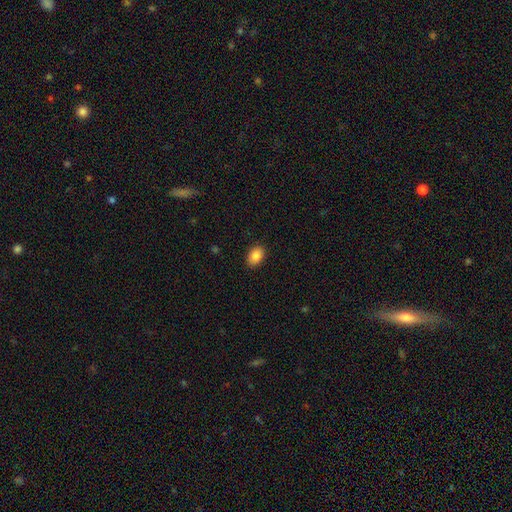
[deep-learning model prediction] This is clearly a smooth galaxy (85%). How rounded: clearly in between (85%). Merging: clearly none (89%).